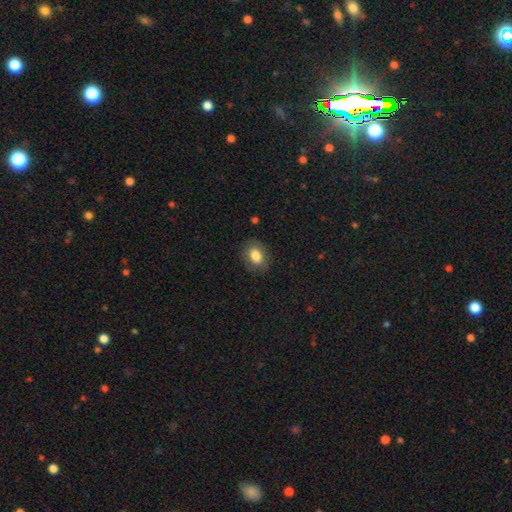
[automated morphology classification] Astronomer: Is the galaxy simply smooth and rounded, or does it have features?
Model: smooth — 82%.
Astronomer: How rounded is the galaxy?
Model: in between — 70%.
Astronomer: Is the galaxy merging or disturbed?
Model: none — 85%.